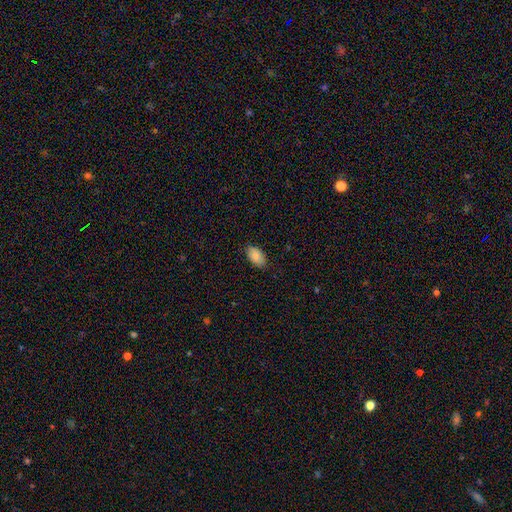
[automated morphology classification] Smooth or featured: smooth — 87% (star or artifact — 7%)
How rounded: in between — 93% (round — 5%)
Merging: none — 84% (minor disturbance — 12%)